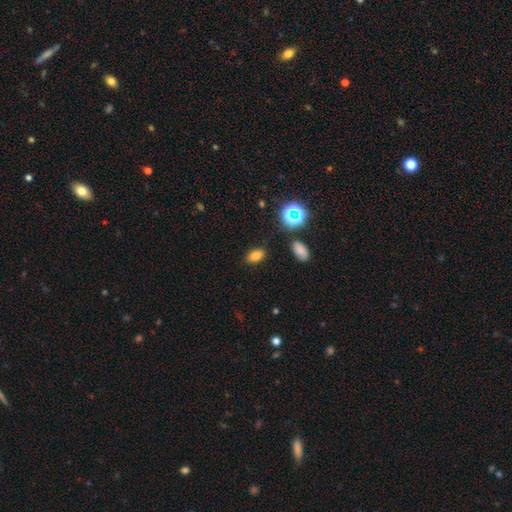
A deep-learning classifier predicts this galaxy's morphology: Overall: smooth (76%). How rounded: in between (86%). Merging: none (84%).